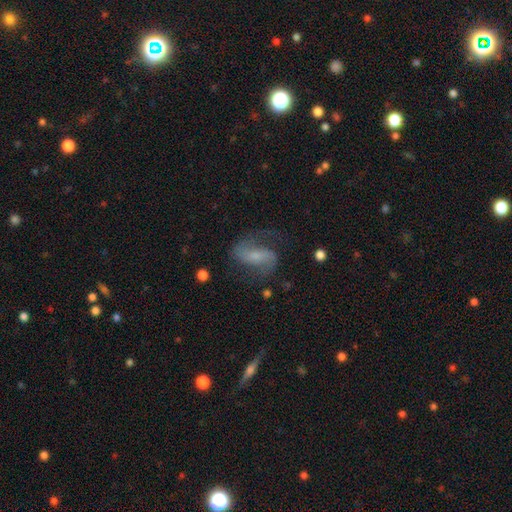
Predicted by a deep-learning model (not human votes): A featured or disk galaxy (79%) with a weak bar (42%), 2 (89%) medium (46%) spiral arms (94%) and a small central bulge (54%). Merging: none (64%).